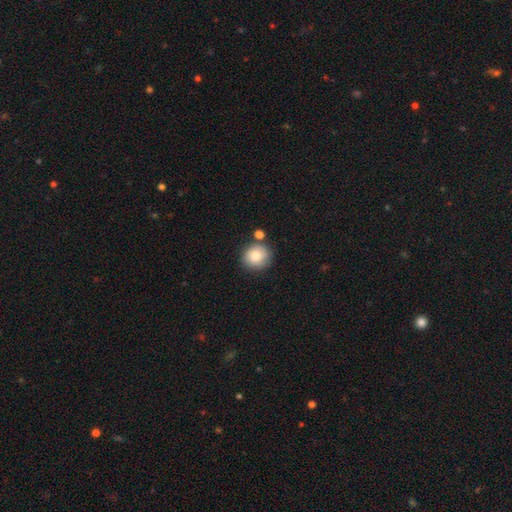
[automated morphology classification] smooth_or_featured: smooth (p=0.83) [alt: featured or disk p=0.09]
how_rounded: round (p=0.87) [alt: in between p=0.12]
merging: none (p=0.74) [alt: merger p=0.11]